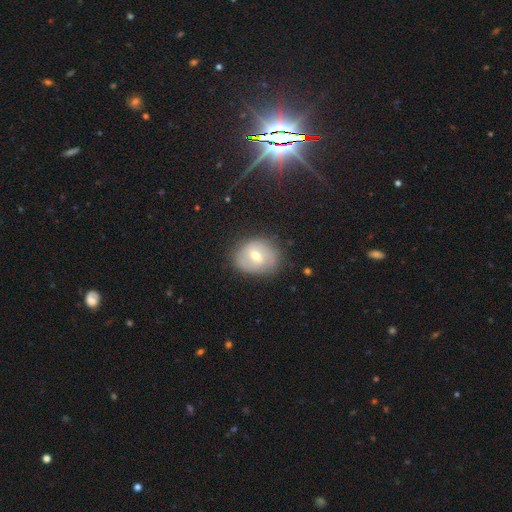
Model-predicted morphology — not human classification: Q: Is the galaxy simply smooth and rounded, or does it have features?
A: smooth — 49%.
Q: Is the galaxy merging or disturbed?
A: none — 73%.